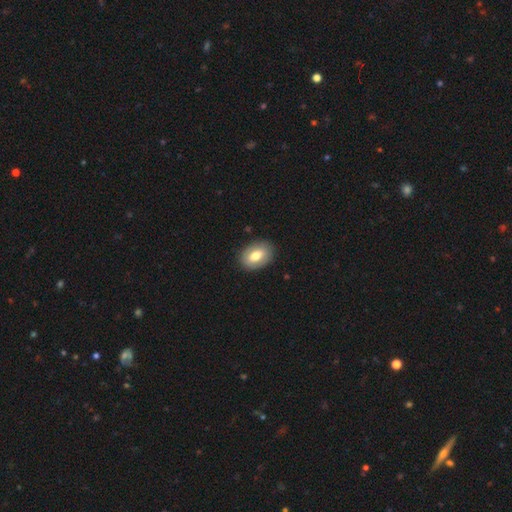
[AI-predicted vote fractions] This appears to be a smooth galaxy with no disk features (72%) that is in between round and cigar-shaped (83%). Merging: none (87%).